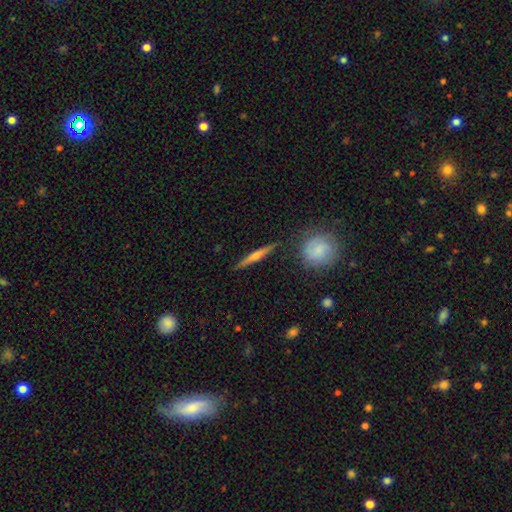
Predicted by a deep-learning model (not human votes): Q: Smooth or featured?
A: featured or disk (62%); runner-up: smooth (31%)
Q: Edge-on disk?
A: yes (96%); runner-up: no (4%)
Q: Edge-on bulge?
A: rounded (79%); runner-up: none (14%)
Q: Merging?
A: none (88%); runner-up: minor disturbance (8%)